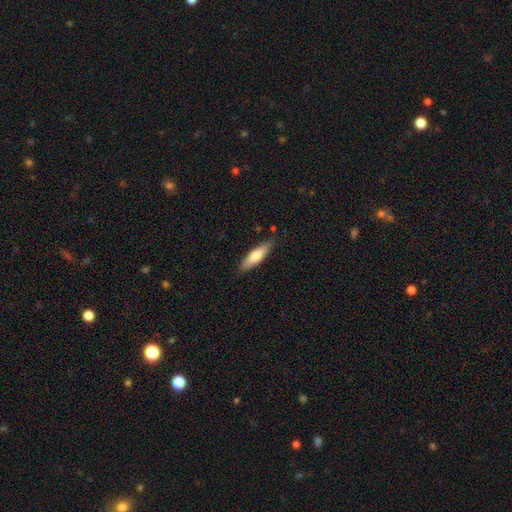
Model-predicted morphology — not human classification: Smooth or featured?
  - smooth: 67% *
  - featured or disk: 28%
  - star or artifact: 5%
How rounded?
  - cigar-shaped: 64% *
  - in between: 34%
  - round: 2%
Merging?
  - none: 85% *
  - minor disturbance: 11%
  - major disturbance: 2%
  - merger: 2%